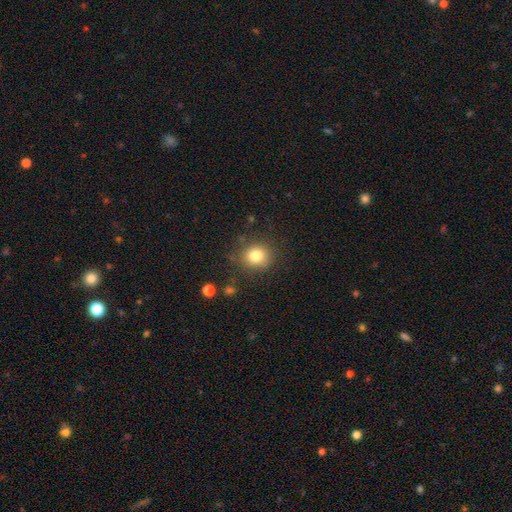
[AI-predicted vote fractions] Overall: smooth (81%). How rounded: round (84%). Merging: none (83%).